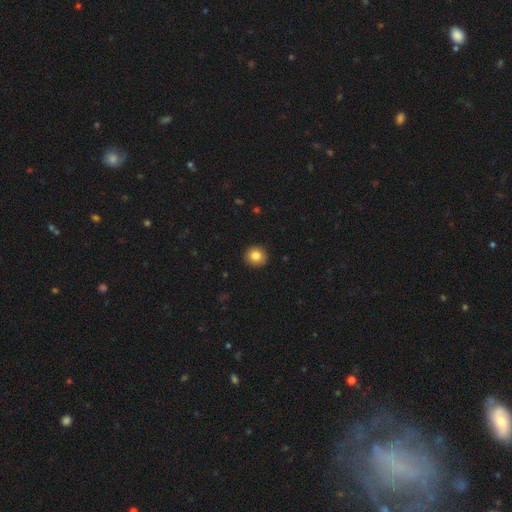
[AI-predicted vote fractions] Smooth or featured? smooth (84%)
How rounded? round (90%)
Merging? none (92%)